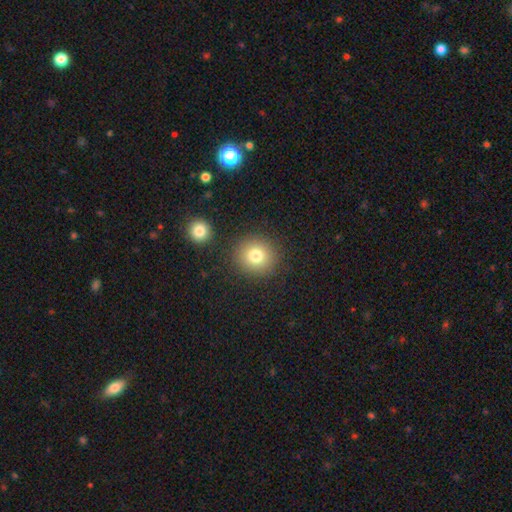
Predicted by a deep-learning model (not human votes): Morphology: type=smooth (79%); roundness=round (91%); merging=none (86%).